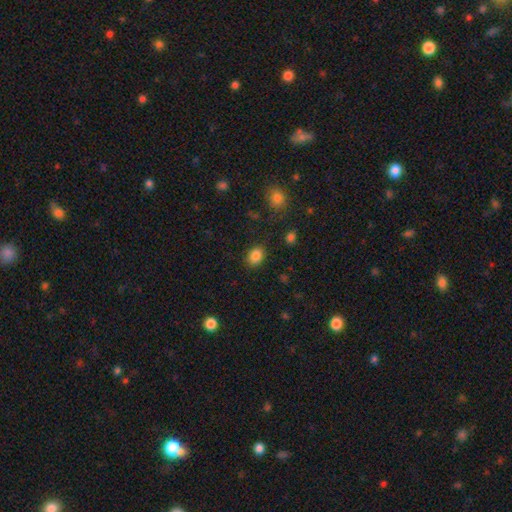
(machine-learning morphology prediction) The model was most divided on "how rounded": in between: 64%, round: 35%, cigar-shaped: 1%. More confident: merging — none (86%); smooth or featured — smooth (85%).